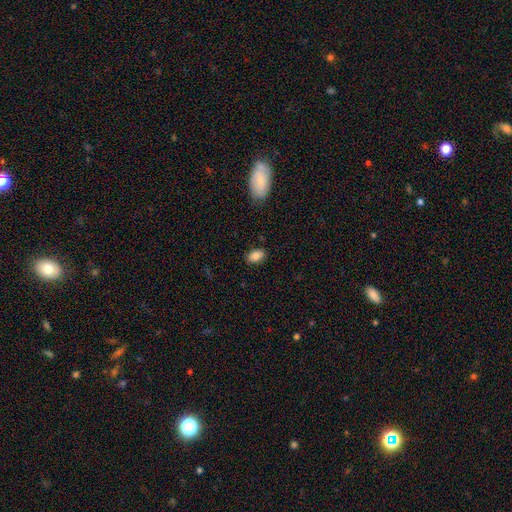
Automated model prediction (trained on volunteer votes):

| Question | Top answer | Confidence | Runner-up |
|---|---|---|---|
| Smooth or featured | smooth | 84% | star or artifact (8%) |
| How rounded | in between | 87% | round (11%) |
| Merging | none | 85% | minor disturbance (12%) |